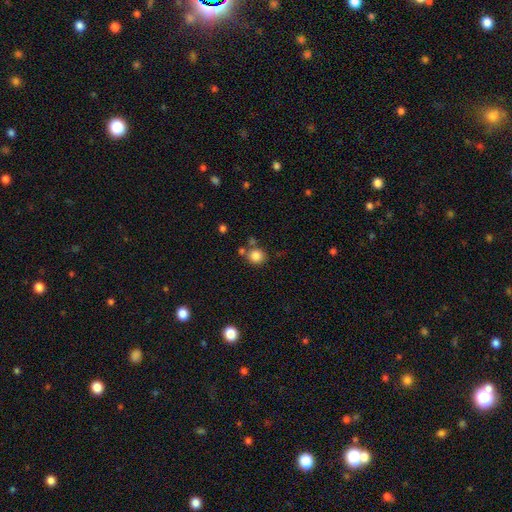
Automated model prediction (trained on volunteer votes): A smooth galaxy with no disk features (84%) that is round (88%). Merging: none (72%).